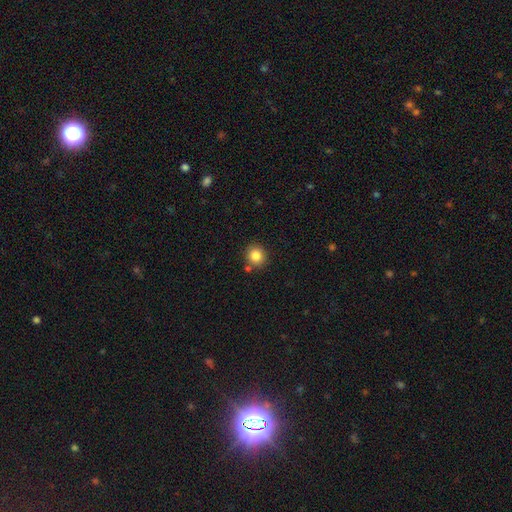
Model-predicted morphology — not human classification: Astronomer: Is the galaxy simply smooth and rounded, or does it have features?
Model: smooth — 84%.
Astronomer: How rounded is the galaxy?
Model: round — 86%.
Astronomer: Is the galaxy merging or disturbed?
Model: none — 81%.